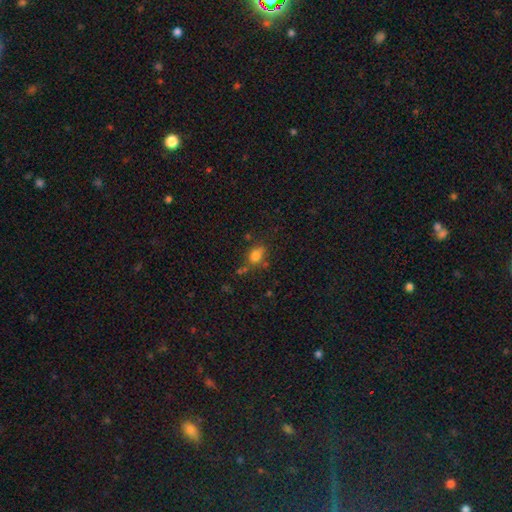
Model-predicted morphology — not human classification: A smooth galaxy with no disk features (77%) that is in between round and cigar-shaped (60%).

Vote fractions:
- Smooth or featured? smooth: 77% / star or artifact: 13% / featured or disk: 10%
- How rounded? in between: 60% / round: 37% / cigar-shaped: 3%
- Merging? none: 59% / minor disturbance: 22% / merger: 11% / major disturbance: 8%